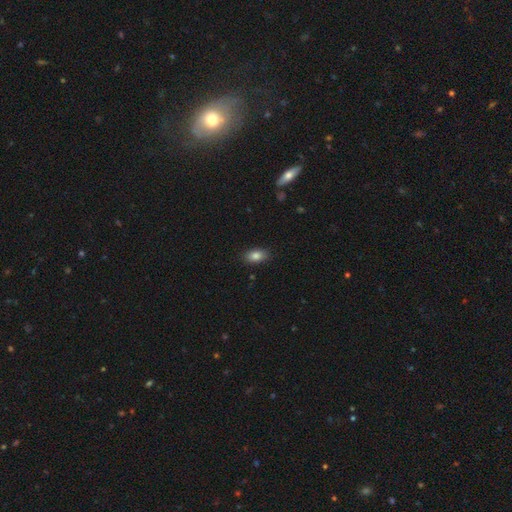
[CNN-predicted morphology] type=smooth (85%); roundness=in between (89%); merging=none (87%).